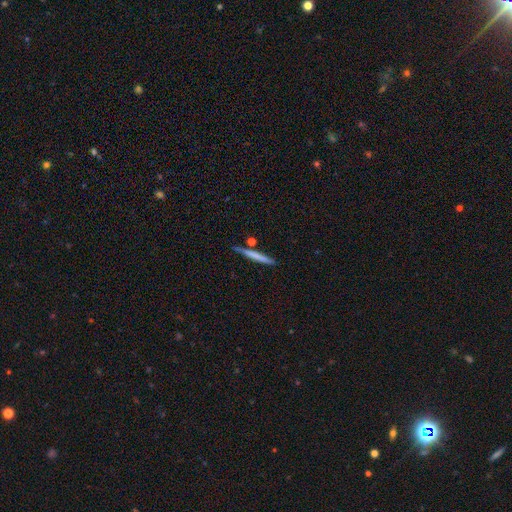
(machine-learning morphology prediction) A smooth galaxy with no disk features (63%) that is cigar-shaped (96%).

Vote fractions:
- Smooth or featured? smooth: 63% / featured or disk: 31% / star or artifact: 6%
- How rounded? cigar-shaped: 96% / in between: 2% / round: 1%
- Merging? none: 81% / minor disturbance: 11% / merger: 6% / major disturbance: 2%